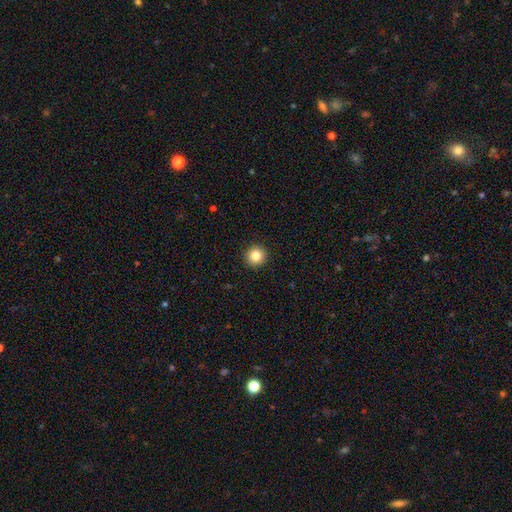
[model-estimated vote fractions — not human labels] Smooth or featured?
  - smooth: 83% *
  - star or artifact: 11%
  - featured or disk: 6%
How rounded?
  - round: 94% *
  - in between: 5%
  - cigar-shaped: 1%
Merging?
  - none: 93% *
  - minor disturbance: 4%
  - major disturbance: 1%
  - merger: 1%